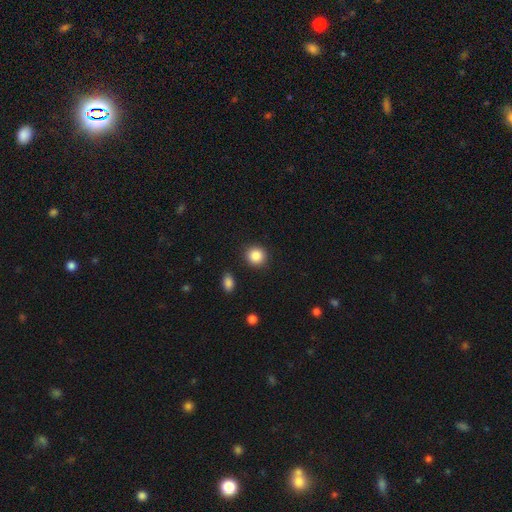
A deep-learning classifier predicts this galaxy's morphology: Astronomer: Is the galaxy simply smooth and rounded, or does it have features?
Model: smooth — 87%.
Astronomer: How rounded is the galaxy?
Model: round — 89%.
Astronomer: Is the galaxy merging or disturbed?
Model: none — 90%.